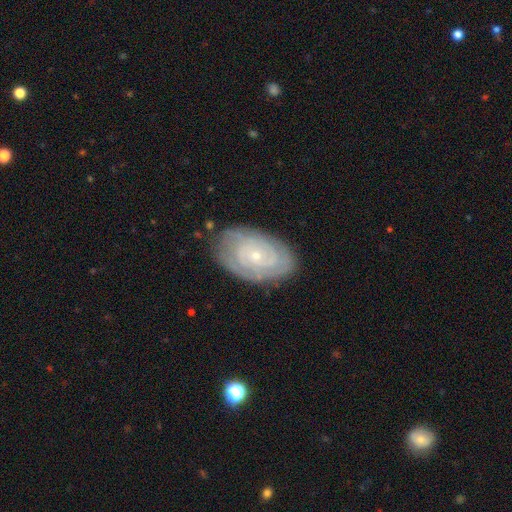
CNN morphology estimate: Q: Smooth or featured?
A: featured or disk (78%); runner-up: smooth (16%)
Q: Edge-on disk?
A: no (96%); runner-up: yes (4%)
Q: Bar?
A: no (81%); runner-up: weak (16%)
Q: Spiral arms?
A: yes (89%); runner-up: no (11%)
Q: Spiral winding?
A: tight (79%); runner-up: medium (17%)
Q: Spiral arm count?
A: can't tell (44%); runner-up: 2 (23%)
Q: Bulge size?
A: small (81%); runner-up: moderate (16%)
Q: Merging?
A: none (77%); runner-up: minor disturbance (17%)